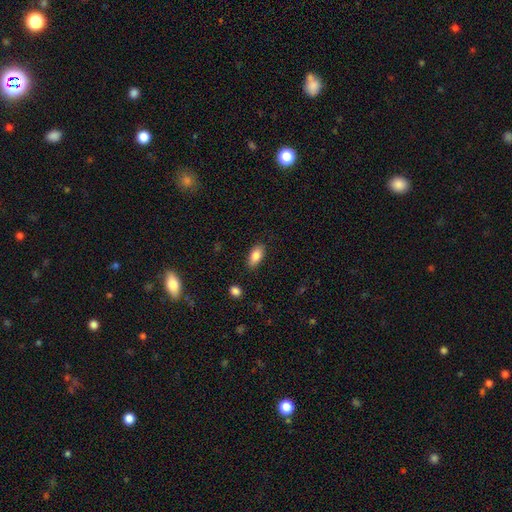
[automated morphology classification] smooth 83%, featured or disk 9%, star or artifact 8%. Down the decision tree: how rounded — in between (90%); merging — none (86%).